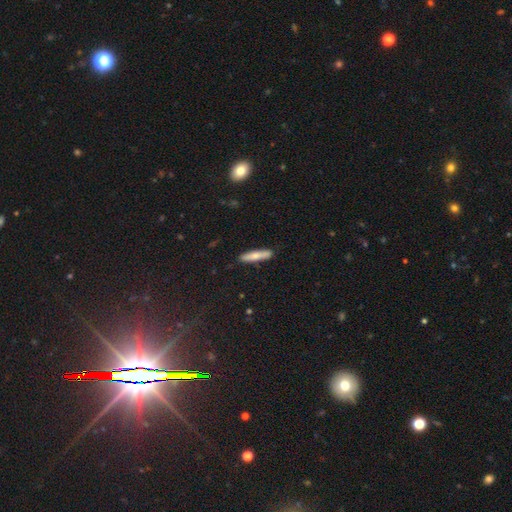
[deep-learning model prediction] A smooth galaxy with no disk features (71%) that is cigar-shaped (84%). Merging: none (87%).